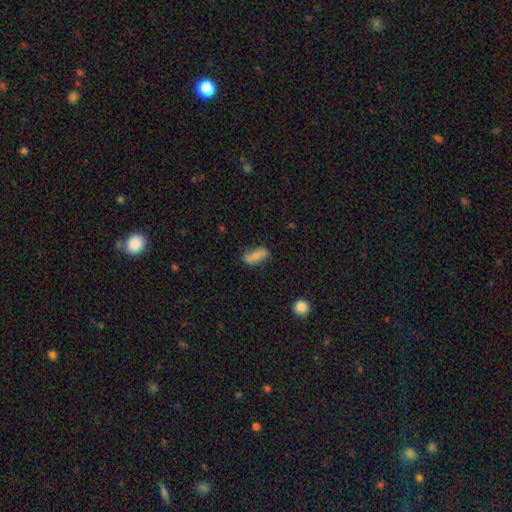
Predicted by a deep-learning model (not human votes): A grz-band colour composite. It shows a smooth galaxy with no disk features (72%) that is in between round and cigar-shaped (71%). Merging: none (76%).